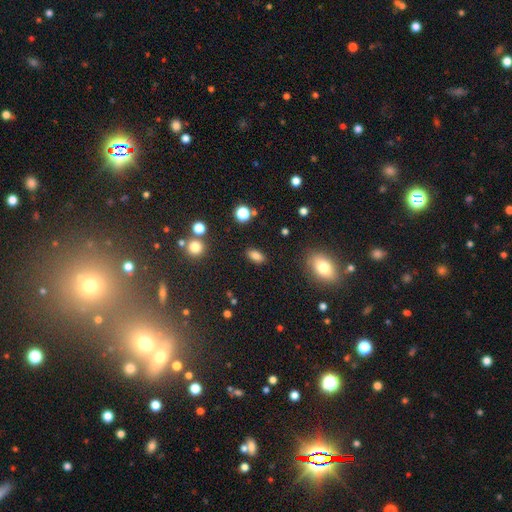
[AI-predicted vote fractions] This is clearly a smooth galaxy (81%). How rounded: clearly in between (86%). Merging: clearly none (87%).